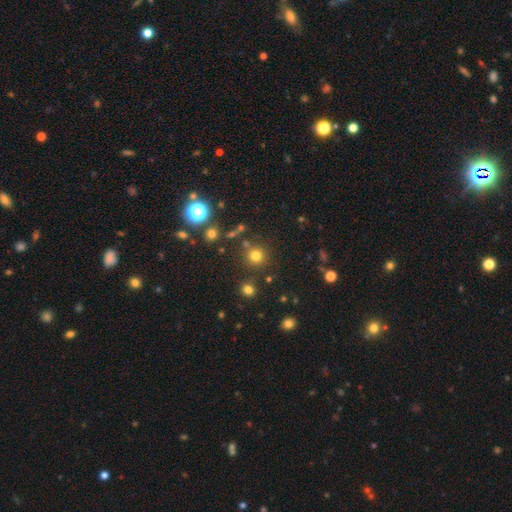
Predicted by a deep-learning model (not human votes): A smooth galaxy with no disk features (74%) that is round (93%).

Vote fractions:
- Smooth or featured? smooth: 74% / star or artifact: 19% / featured or disk: 7%
- How rounded? round: 93% / in between: 6% / cigar-shaped: 1%
- Merging? none: 82% / minor disturbance: 8% / merger: 7% / major disturbance: 3%